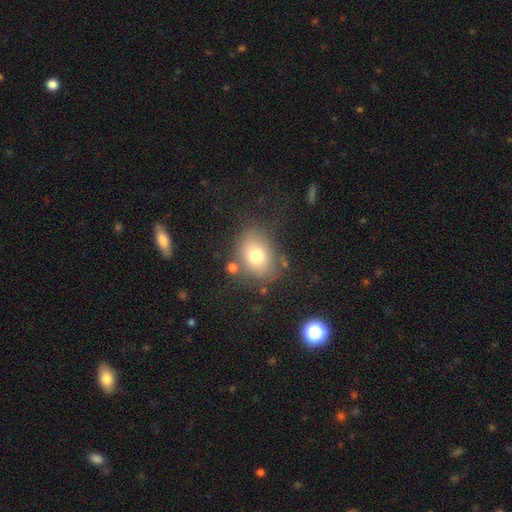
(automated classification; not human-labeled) smooth_or_featured: smooth (p=0.75) [alt: featured or disk p=0.14]
how_rounded: in between (p=0.60) [alt: round p=0.39]
merging: none (p=0.70) [alt: minor disturbance p=0.16]